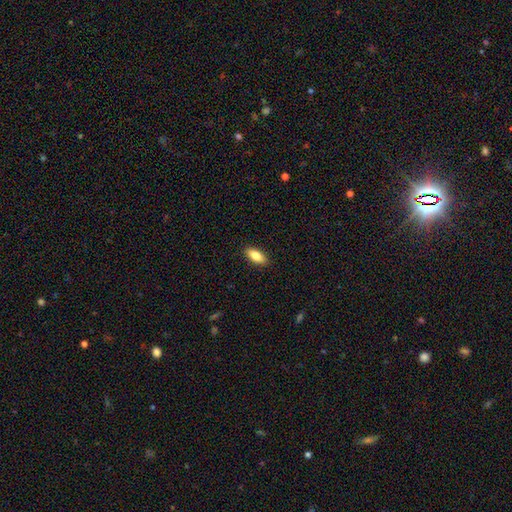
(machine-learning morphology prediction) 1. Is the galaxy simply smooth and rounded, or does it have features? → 79% smooth, 14% featured or disk, 7% star or artifact.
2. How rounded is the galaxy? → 85% in between, 13% cigar-shaped, 3% round.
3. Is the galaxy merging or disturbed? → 90% none, 8% minor disturbance, 2% major disturbance, 1% merger.